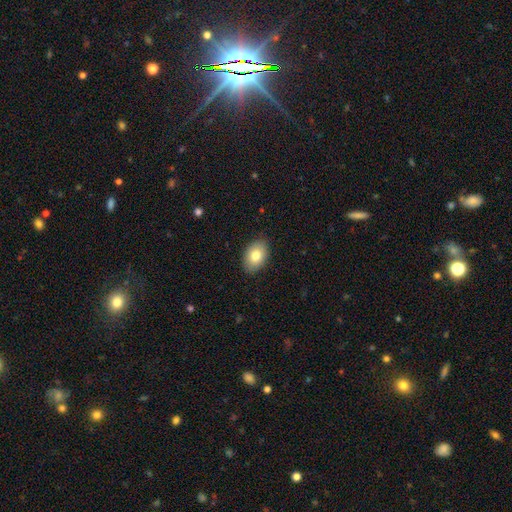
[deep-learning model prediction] Overall: smooth (80%). How rounded: in between (87%). Merging: none (88%).